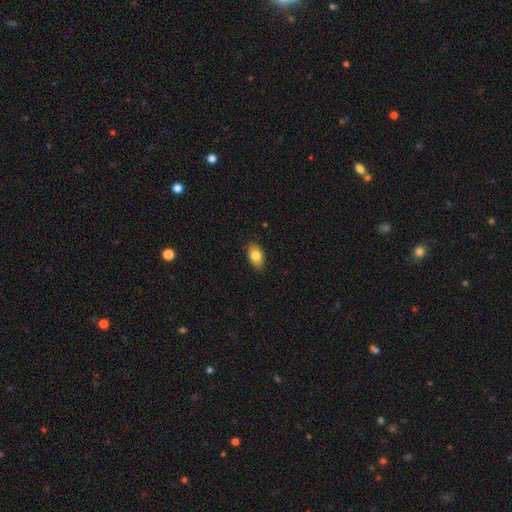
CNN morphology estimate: Smooth or featured? smooth (81%)
How rounded? in between (91%)
Merging? none (87%)